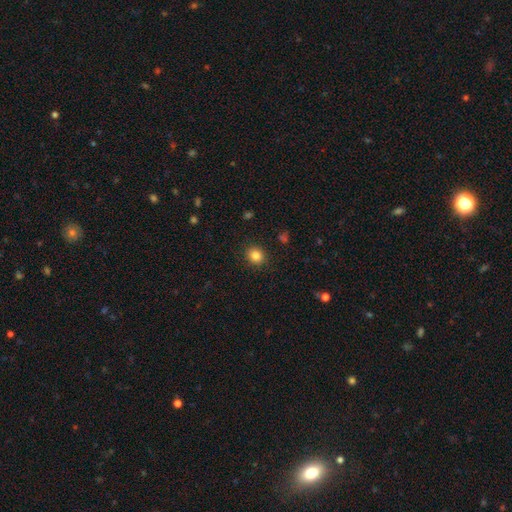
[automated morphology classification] This appears to be a smooth galaxy with no disk features (84%) that is round (76%). Merging: none (89%).